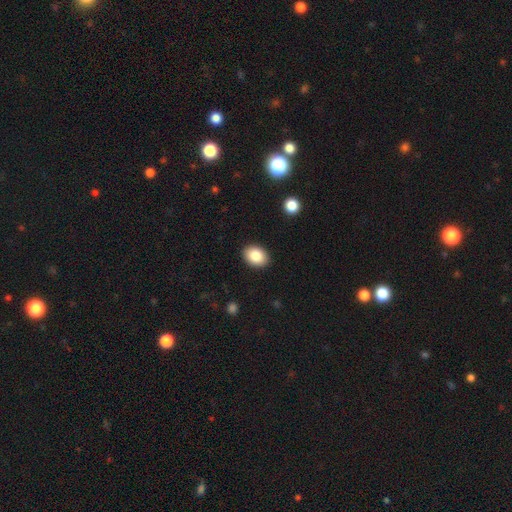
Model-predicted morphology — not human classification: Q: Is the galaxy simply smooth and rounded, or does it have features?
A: smooth — 86%.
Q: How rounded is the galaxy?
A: in between — 73%.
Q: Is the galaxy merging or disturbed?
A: none — 90%.